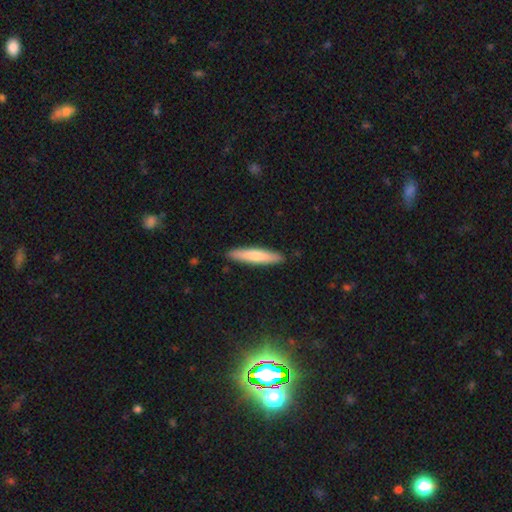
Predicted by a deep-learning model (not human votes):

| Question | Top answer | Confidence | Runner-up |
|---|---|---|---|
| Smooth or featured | smooth | 70% | featured or disk (25%) |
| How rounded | cigar-shaped | 89% | in between (9%) |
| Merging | none | 91% | minor disturbance (7%) |